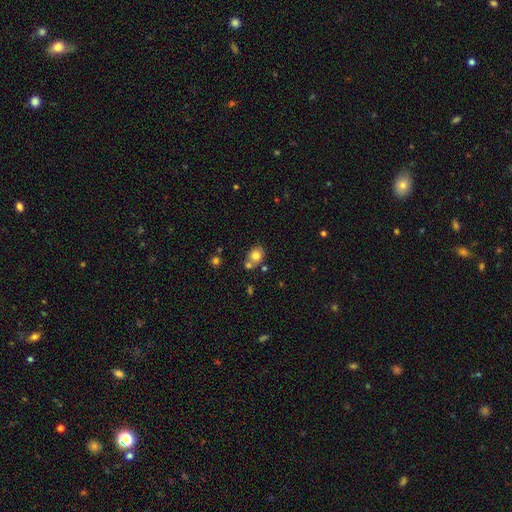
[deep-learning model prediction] A smooth galaxy with no disk features (78%) that is round (65%). Merging: none (56%).